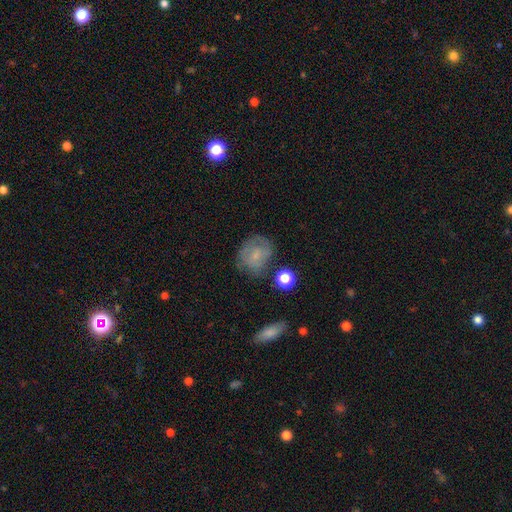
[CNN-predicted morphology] Overall: smooth (59%; featured or disk 31%). How rounded: round (65%; in between 34%). Merging: none (59%; minor disturbance 24%).